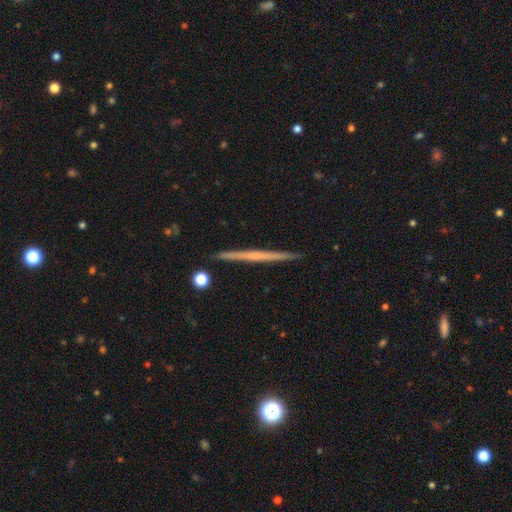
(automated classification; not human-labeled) Morphology: type=featured or disk (64%); edge-on=yes (98%); edge-on bulge=none (76%); merging=none (92%).